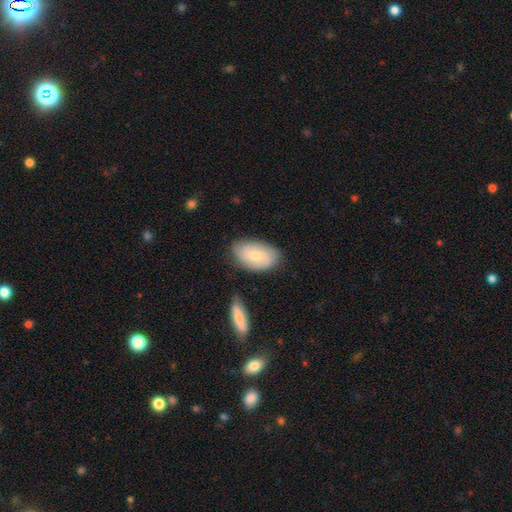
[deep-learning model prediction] This appears to be a smooth galaxy with no disk features (62%) that is in between round and cigar-shaped (93%). Merging: none (75%).